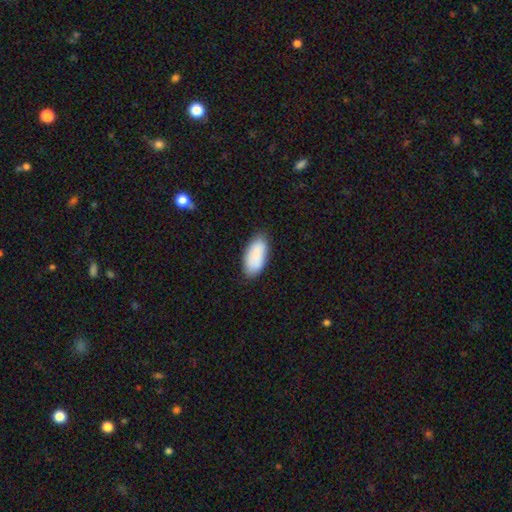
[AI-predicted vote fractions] Q: Smooth or featured?
A: smooth (89%); runner-up: star or artifact (6%)
Q: How rounded?
A: in between (91%); runner-up: cigar-shaped (7%)
Q: Merging?
A: none (82%); runner-up: minor disturbance (14%)